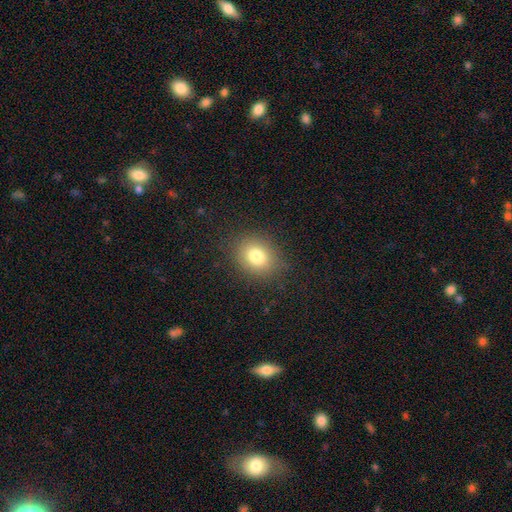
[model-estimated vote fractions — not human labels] Morphology: type=smooth (79%); roundness=round (50%); merging=none (84%).